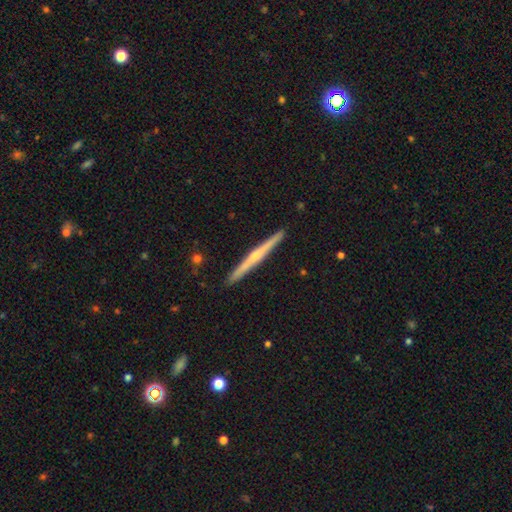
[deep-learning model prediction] Smooth or featured: featured or disk — 70% (smooth — 25%)
Edge-on disk: yes — 98% (no — 2%)
Edge-on bulge: rounded — 64% (none — 31%)
Merging: none — 92% (minor disturbance — 5%)